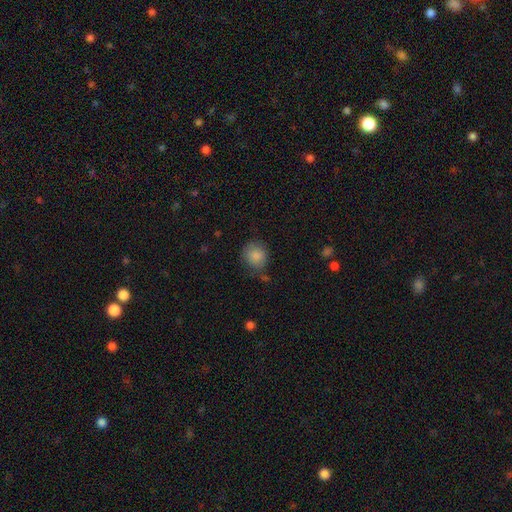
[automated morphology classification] Overall: smooth (86%). How rounded: round (86%). Merging: none (73%).